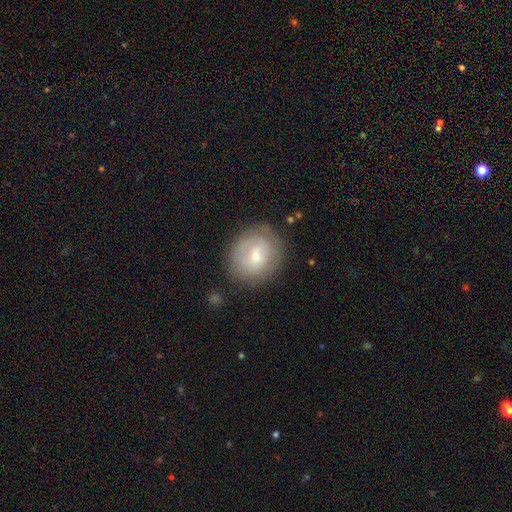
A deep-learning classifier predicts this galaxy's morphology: A smooth galaxy with no disk features (49%).

Vote fractions:
- Smooth or featured? smooth: 49% / featured or disk: 43% / star or artifact: 8%
- Merging? none: 74% / minor disturbance: 17% / major disturbance: 6% / merger: 2%